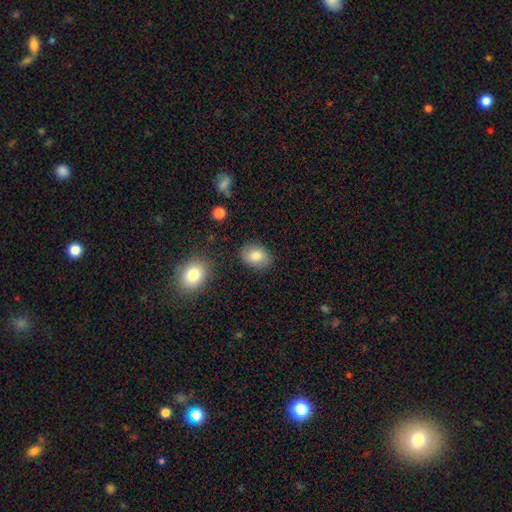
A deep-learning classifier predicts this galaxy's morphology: This is clearly a smooth galaxy (81%). How rounded: likely in between (69%). Merging: clearly none (84%).